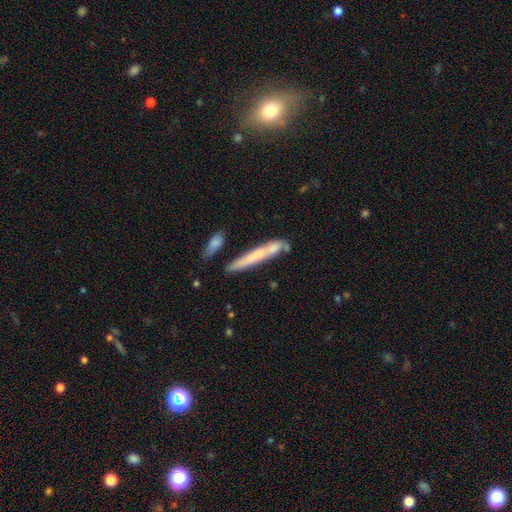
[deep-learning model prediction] smooth_or_featured: smooth (p=0.55) [alt: featured or disk p=0.38]
how_rounded: cigar-shaped (p=0.94) [alt: in between p=0.05]
merging: none (p=0.63) [alt: minor disturbance p=0.19]